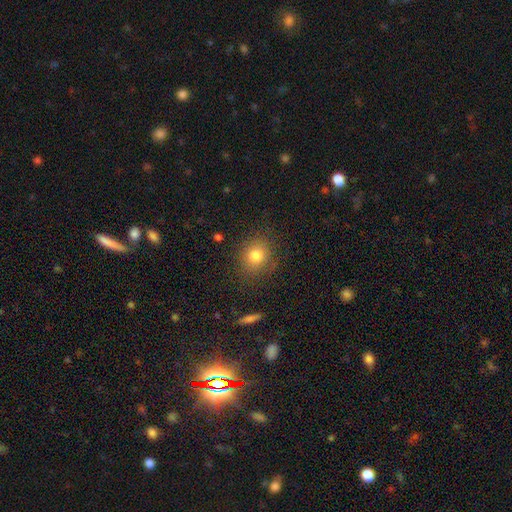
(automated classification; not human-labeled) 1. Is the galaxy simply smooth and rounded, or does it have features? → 80% smooth, 12% star or artifact, 9% featured or disk.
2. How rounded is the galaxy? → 79% round, 20% in between, 1% cigar-shaped.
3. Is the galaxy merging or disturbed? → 83% none, 11% minor disturbance, 4% major disturbance, 2% merger.